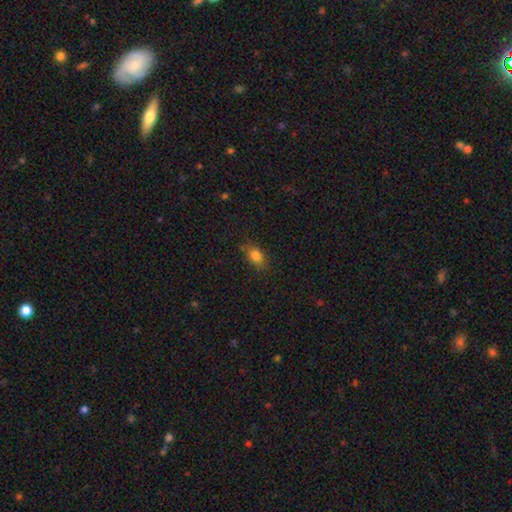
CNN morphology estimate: The model was most divided on "merging": none: 72%, minor disturbance: 21%, major disturbance: 5%, merger: 2%. More confident: smooth or featured — smooth (81%); how rounded — in between (79%).